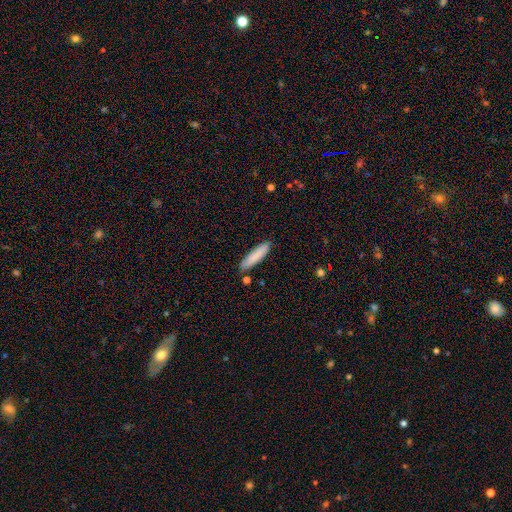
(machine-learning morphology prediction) This is clearly a smooth galaxy (85%). How rounded: likely cigar-shaped (79%). Merging: clearly none (84%).